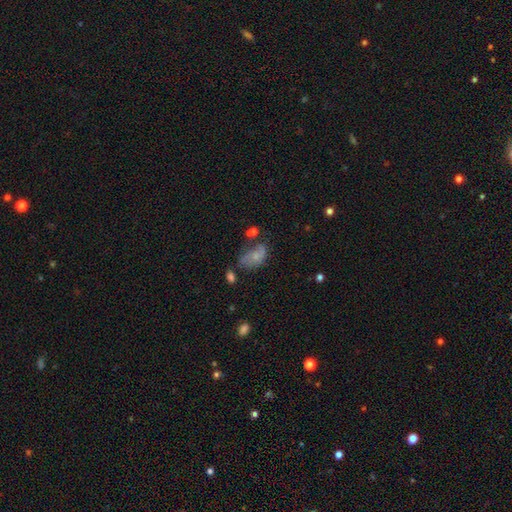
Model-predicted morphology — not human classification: This is possibly a smooth galaxy (56%). How rounded: clearly in between (87%). Merging: marginally none (35%).